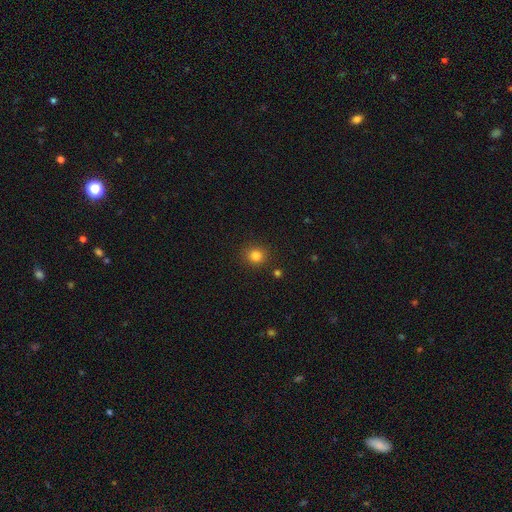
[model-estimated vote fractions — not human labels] smooth_or_featured: smooth (p=0.82) [alt: star or artifact p=0.13]
how_rounded: round (p=0.88) [alt: in between p=0.11]
merging: none (p=0.88) [alt: minor disturbance p=0.07]